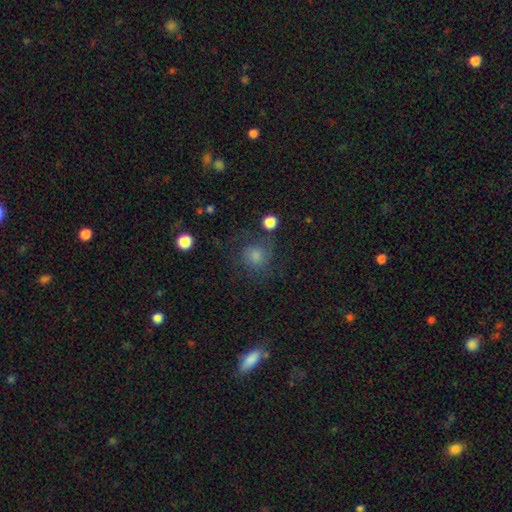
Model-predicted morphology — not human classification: smooth-or-featured: smooth: 51% | featured or disk: 28% | star or artifact: 21%
  how-rounded: round: 84% | in between: 14% | cigar-shaped: 1%
  merging: none: 68% | minor disturbance: 17% | major disturbance: 12% | merger: 3%